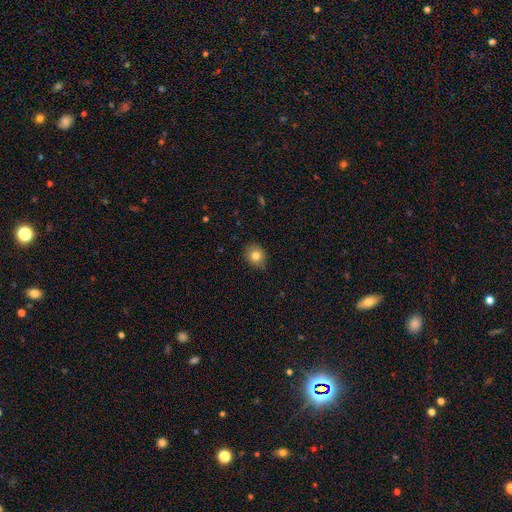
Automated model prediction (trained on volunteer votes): This appears to be a smooth galaxy with no disk features (80%) that is round (71%). Merging: none (80%).